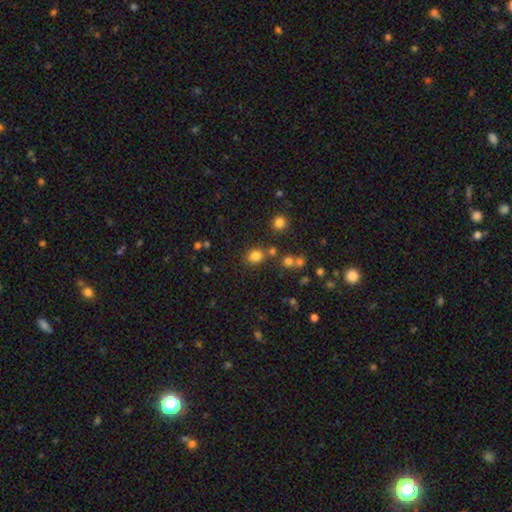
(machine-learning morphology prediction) A smooth galaxy with no disk features (80%) that is round (68%). Merging: none (78%).